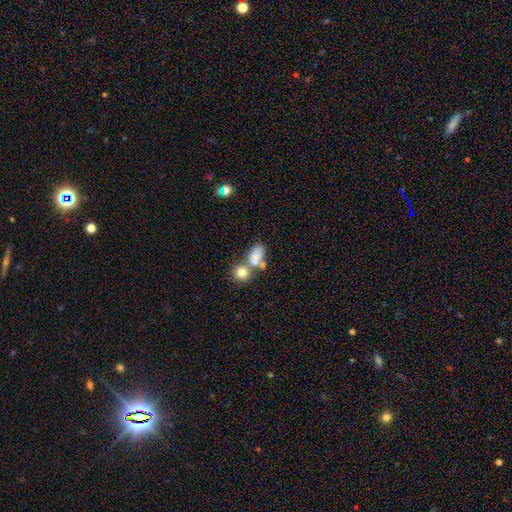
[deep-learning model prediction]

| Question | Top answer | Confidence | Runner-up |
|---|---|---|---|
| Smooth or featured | smooth | 75% | featured or disk (13%) |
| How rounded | in between | 77% | round (21%) |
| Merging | merger | 42% | none (38%) |